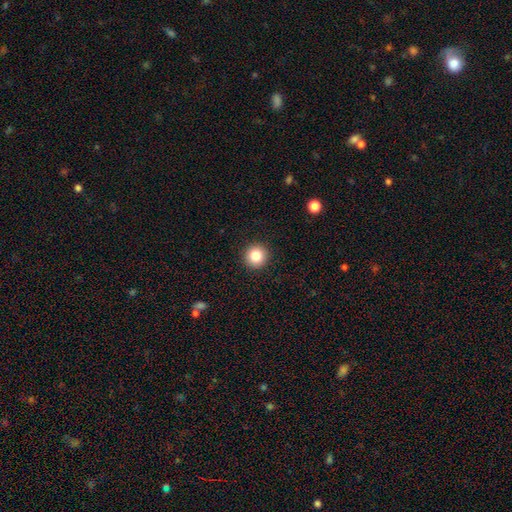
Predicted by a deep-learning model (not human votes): Smooth or featured? Predicted: smooth (p=0.84). How rounded? Predicted: round (p=0.94). Merging? Predicted: none (p=0.93).